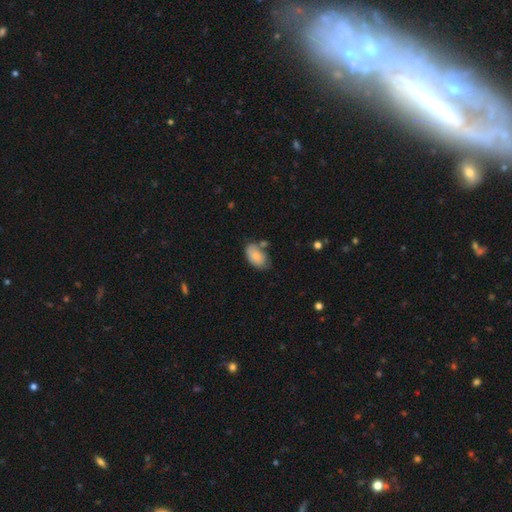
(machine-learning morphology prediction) Q: Smooth or featured?
A: smooth (83%); runner-up: featured or disk (10%)
Q: How rounded?
A: in between (94%); runner-up: round (4%)
Q: Merging?
A: none (59%); runner-up: minor disturbance (25%)